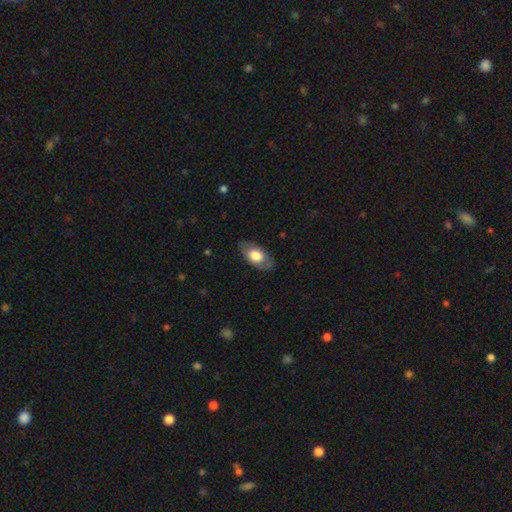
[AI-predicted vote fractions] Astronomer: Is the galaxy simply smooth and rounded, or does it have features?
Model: smooth — 63%.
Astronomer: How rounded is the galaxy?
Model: in between — 91%.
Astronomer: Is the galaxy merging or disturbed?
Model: none — 81%.